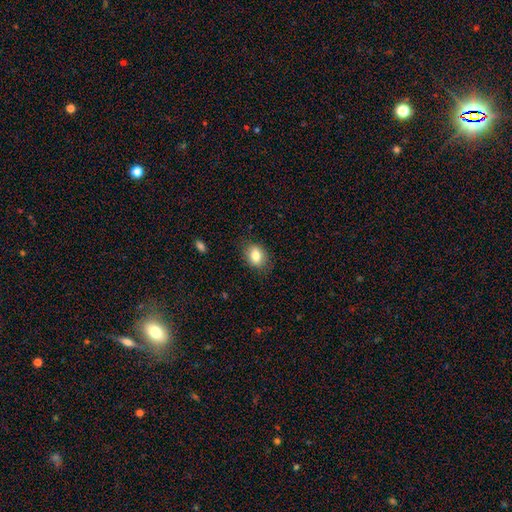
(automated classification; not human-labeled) smooth_or_featured: smooth (p=0.80) [alt: featured or disk p=0.11]
how_rounded: in between (p=0.63) [alt: round p=0.36]
merging: none (p=0.82) [alt: minor disturbance p=0.14]